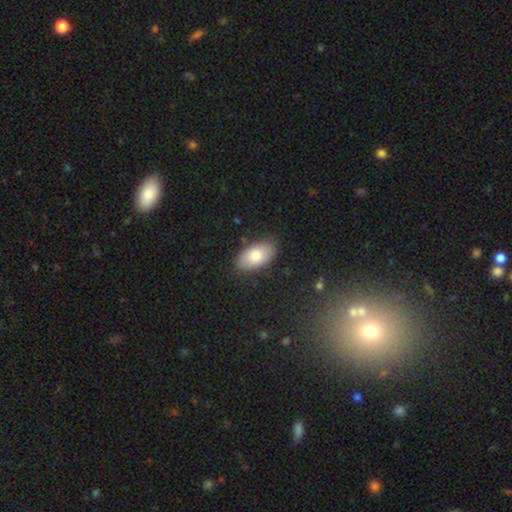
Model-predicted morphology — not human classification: Smooth or featured? Predicted: smooth (p=0.83). How rounded? Predicted: in between (p=0.94). Merging? Predicted: none (p=0.83).